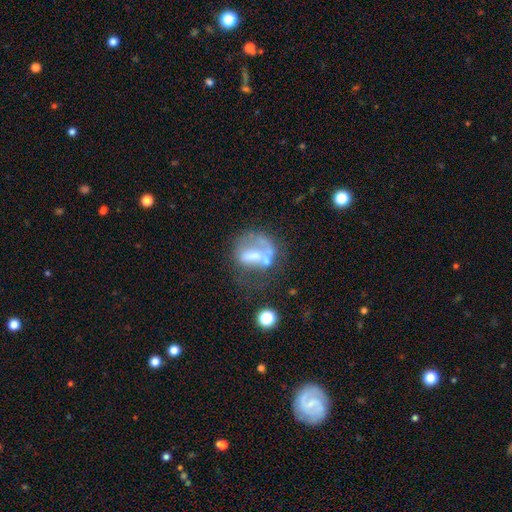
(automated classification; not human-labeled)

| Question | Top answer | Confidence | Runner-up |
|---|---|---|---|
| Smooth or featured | featured or disk | 53% | smooth (35%) |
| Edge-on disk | no | 96% | yes (4%) |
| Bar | no | 53% | weak (27%) |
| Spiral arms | no | 75% | yes (25%) |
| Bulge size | moderate | 37% | none (27%) |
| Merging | major disturbance | 34% | none (29%) |